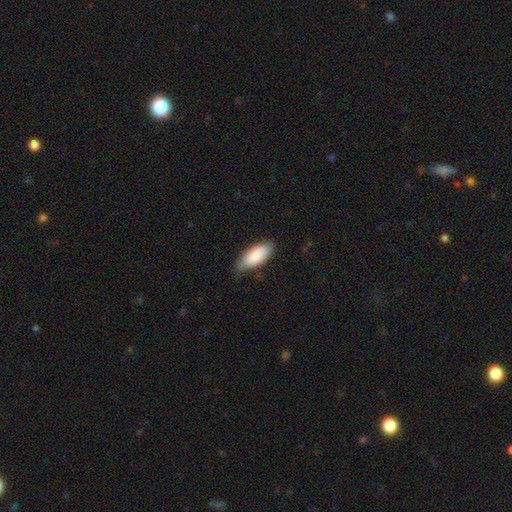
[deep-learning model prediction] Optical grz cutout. It shows a smooth galaxy with no disk features (86%) that is in between round and cigar-shaped (87%). Merging: none (66%).